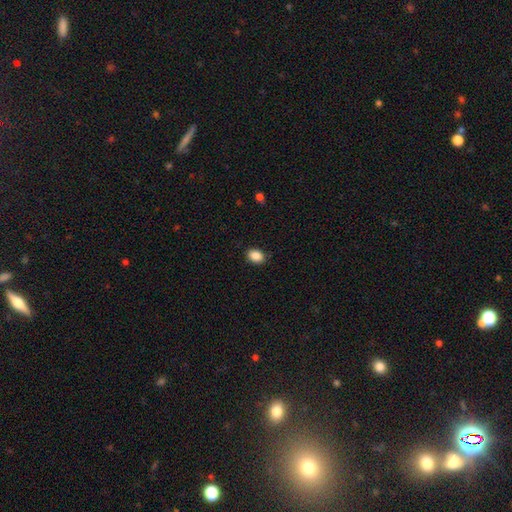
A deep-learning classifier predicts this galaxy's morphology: type=smooth (88%); roundness=in between (67%); merging=none (87%).